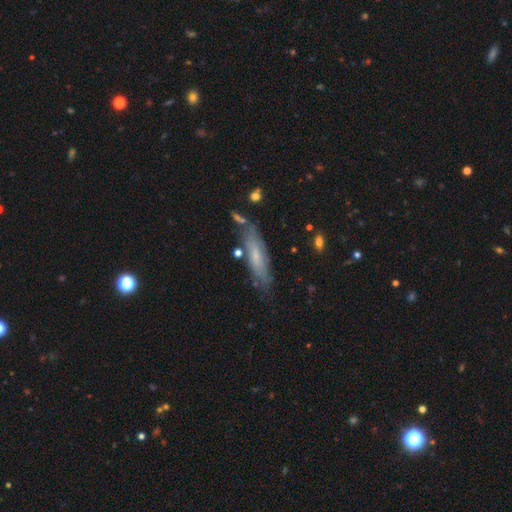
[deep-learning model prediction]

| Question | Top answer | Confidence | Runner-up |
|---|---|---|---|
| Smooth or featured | smooth | 46% | featured or disk (45%) |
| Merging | none | 72% | minor disturbance (18%) |